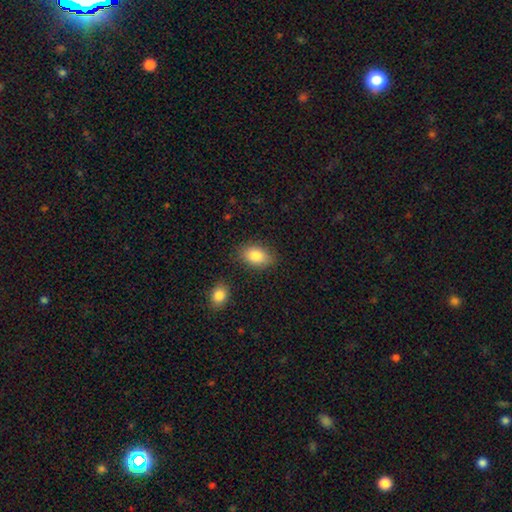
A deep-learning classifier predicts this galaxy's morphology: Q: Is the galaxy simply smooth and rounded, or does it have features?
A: smooth — 84%.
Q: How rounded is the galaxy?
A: in between — 87%.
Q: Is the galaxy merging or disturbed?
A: none — 81%.